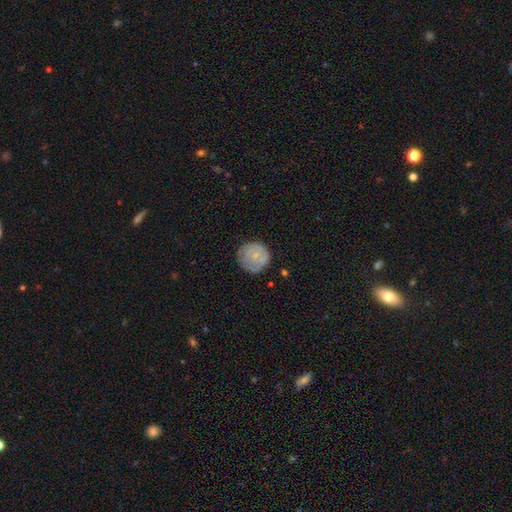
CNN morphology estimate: A smooth galaxy with no disk features (65%) that is round (90%).

Vote fractions:
- Smooth or featured? smooth: 65% / featured or disk: 28% / star or artifact: 7%
- How rounded? round: 90% / in between: 9% / cigar-shaped: 1%
- Merging? none: 71% / minor disturbance: 21% / major disturbance: 6% / merger: 1%